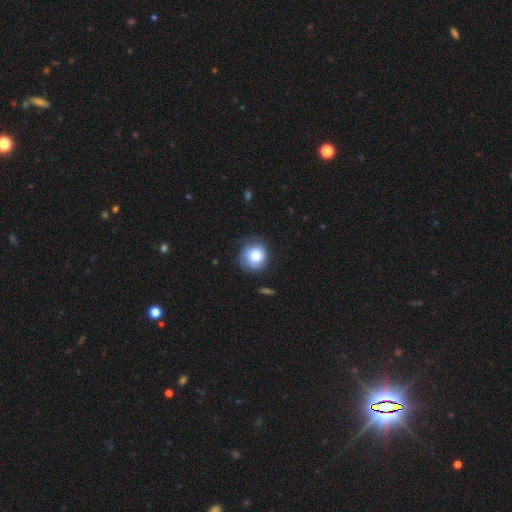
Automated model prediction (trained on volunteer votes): This appears to be a smooth galaxy with no disk features (63%) that is round (89%). Merging: none (73%).